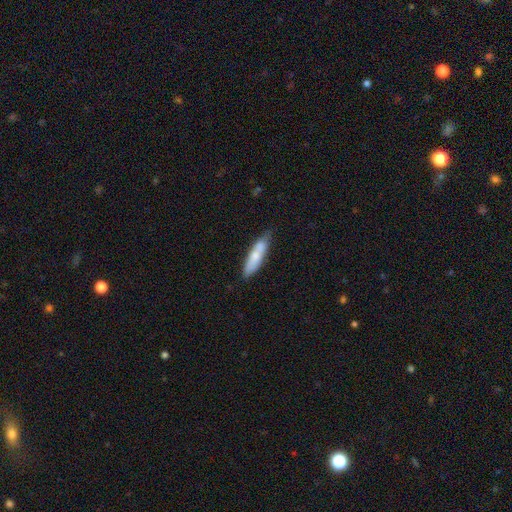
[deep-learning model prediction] smooth_or_featured: smooth (p=0.68) [alt: featured or disk p=0.26]
how_rounded: cigar-shaped (p=0.69) [alt: in between p=0.30]
merging: none (p=0.63) [alt: minor disturbance p=0.23]